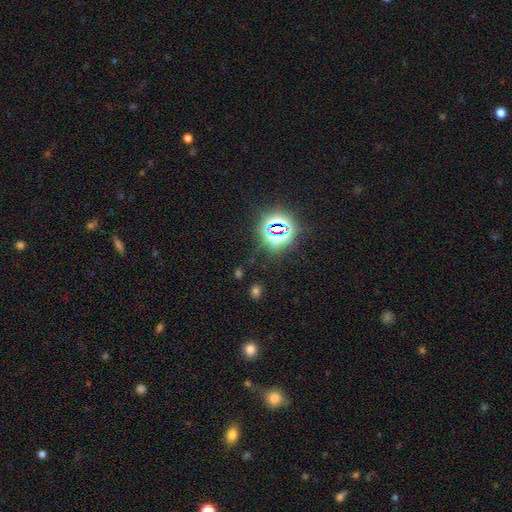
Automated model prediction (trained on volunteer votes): Overall: star or artifact (76%).